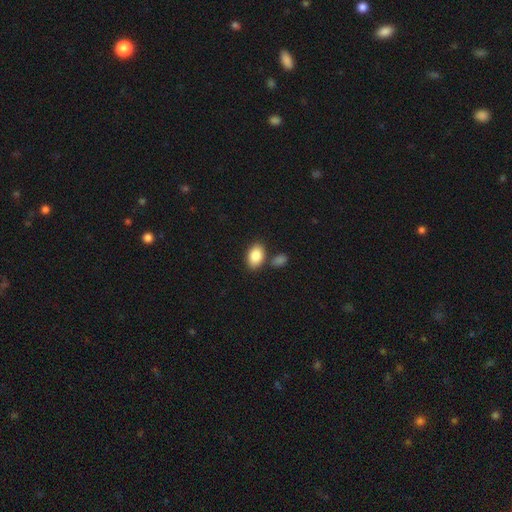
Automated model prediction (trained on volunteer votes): This appears to be a smooth galaxy with no disk features (86%) that is in between round and cigar-shaped (88%). Merging: none (73%).